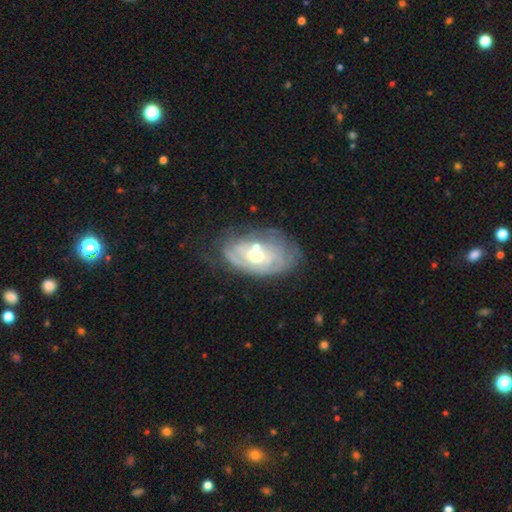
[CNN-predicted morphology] smooth_or_featured: featured or disk (p=0.75) [alt: smooth p=0.17]
disk_edge_on: no (p=0.93) [alt: yes p=0.07]
bar: no (p=0.64) [alt: weak p=0.27]
has_spiral_arms: yes (p=0.74) [alt: no p=0.26]
spiral_winding: tight (p=0.68) [alt: medium p=0.22]
spiral_arm_count: can't tell (p=0.54) [alt: 2 p=0.22]
bulge_size: moderate (p=0.67) [alt: small p=0.25]
merging: none (p=0.62) [alt: minor disturbance p=0.22]